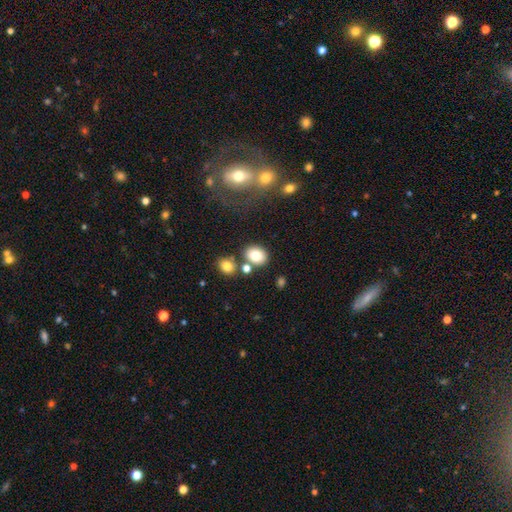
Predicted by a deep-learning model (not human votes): The model was most divided on "how rounded": in between: 56%, round: 43%, cigar-shaped: 1%. More confident: smooth or featured — smooth (81%); merging — none (72%).